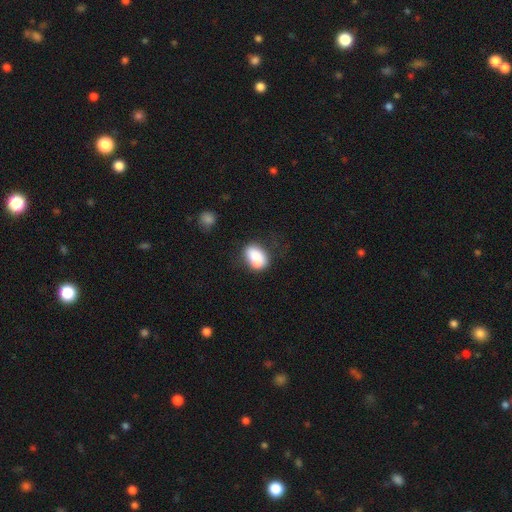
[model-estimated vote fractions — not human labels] smooth 82%, featured or disk 10%, star or artifact 8%. Down the decision tree: how rounded — in between (85%); merging — none (50%).